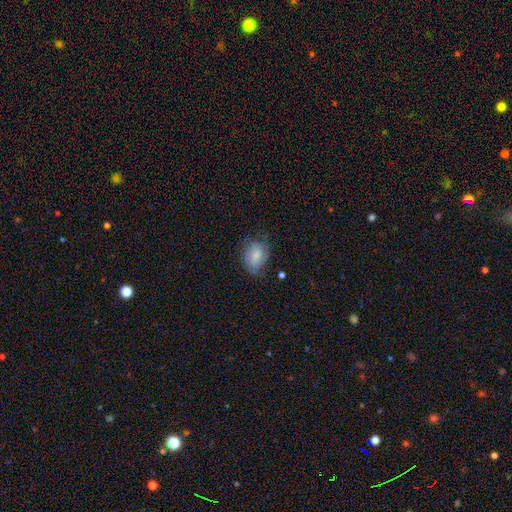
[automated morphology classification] A smooth galaxy with no disk features (72%) that is in between round and cigar-shaped (64%).

Vote fractions:
- Smooth or featured? smooth: 72% / featured or disk: 20% / star or artifact: 8%
- How rounded? in between: 64% / round: 35% / cigar-shaped: 1%
- Merging? none: 58% / minor disturbance: 29% / major disturbance: 11% / merger: 2%